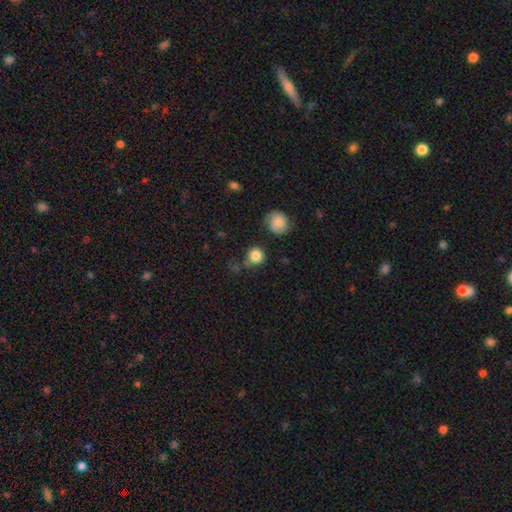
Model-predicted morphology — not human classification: Q: Smooth or featured?
A: smooth (84%); runner-up: star or artifact (9%)
Q: How rounded?
A: round (90%); runner-up: in between (9%)
Q: Merging?
A: none (71%); runner-up: minor disturbance (15%)